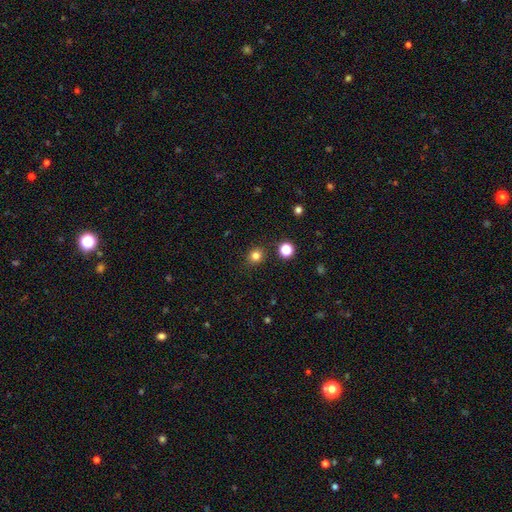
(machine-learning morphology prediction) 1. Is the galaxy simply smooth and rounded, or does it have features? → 80% smooth, 15% star or artifact, 5% featured or disk.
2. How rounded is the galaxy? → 84% round, 15% in between, 1% cigar-shaped.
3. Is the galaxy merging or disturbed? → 89% none, 7% minor disturbance, 2% merger, 2% major disturbance.